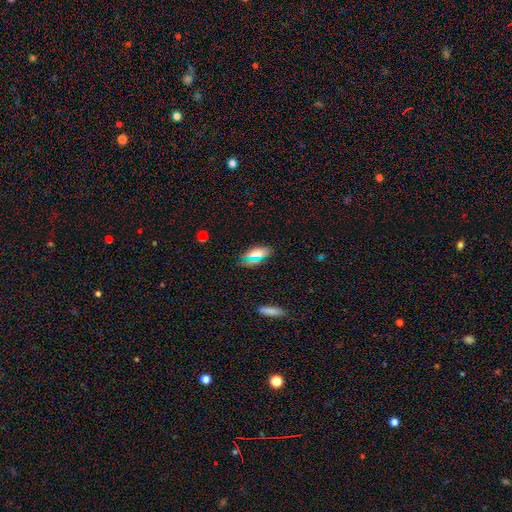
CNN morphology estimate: smooth-or-featured: smooth: 65% | featured or disk: 19% | star or artifact: 16%
  how-rounded: in between: 83% | cigar-shaped: 13% | round: 4%
  merging: none: 80% | minor disturbance: 13% | major disturbance: 4% | merger: 3%